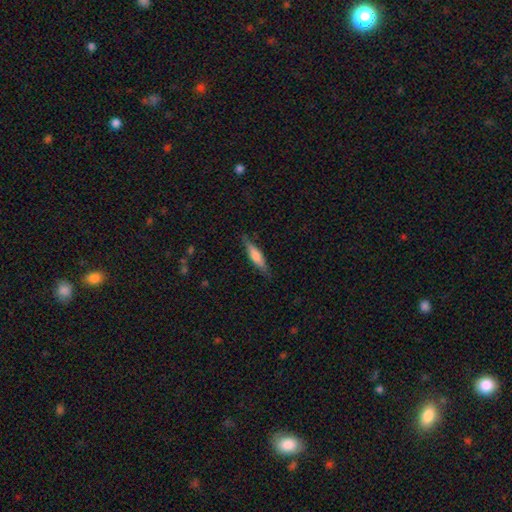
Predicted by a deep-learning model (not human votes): smooth-or-featured: smooth: 57% | featured or disk: 37% | star or artifact: 6%
  how-rounded: cigar-shaped: 76% | in between: 22% | round: 2%
  merging: none: 84% | minor disturbance: 12% | major disturbance: 2% | merger: 1%